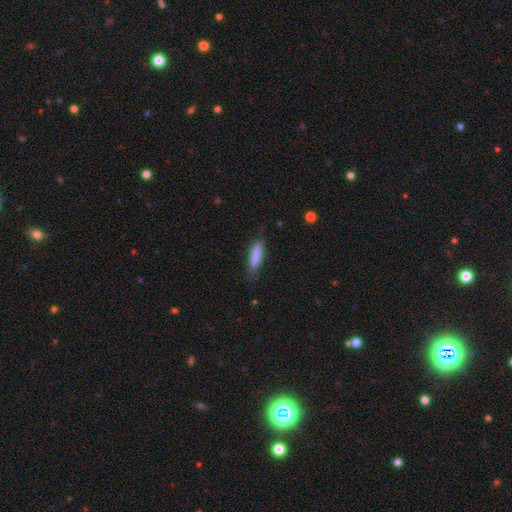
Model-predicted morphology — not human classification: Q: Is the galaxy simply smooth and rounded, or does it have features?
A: smooth — 85%.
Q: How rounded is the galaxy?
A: cigar-shaped — 63%.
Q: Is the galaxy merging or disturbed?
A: none — 74%.